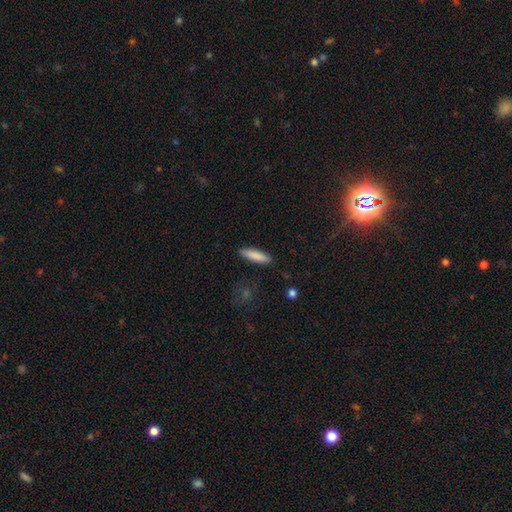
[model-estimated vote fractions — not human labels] This is clearly a smooth galaxy (86%). How rounded: likely cigar-shaped (75%). Merging: clearly none (88%).